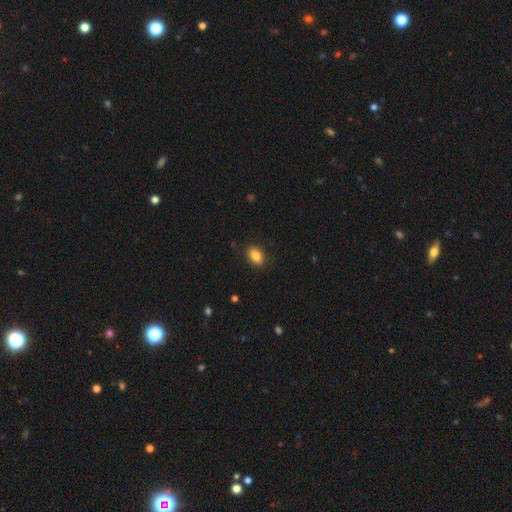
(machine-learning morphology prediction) Smooth or featured? smooth (86%)
How rounded? in between (85%)
Merging? none (87%)